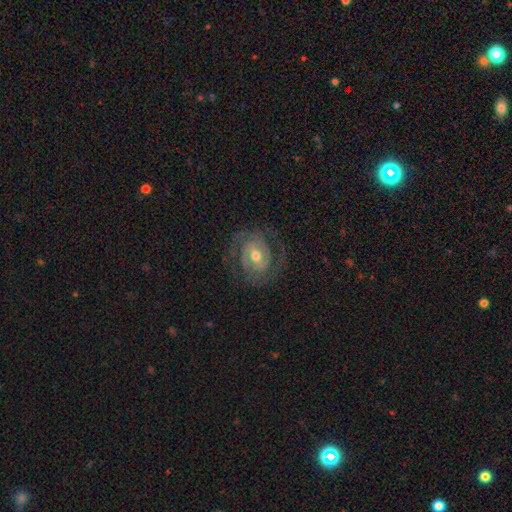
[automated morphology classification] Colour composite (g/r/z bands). It shows a featured or disk galaxy (82%) with a weak bar (42%), 2 (69%) tight (57%) spiral arms (90%) and a moderate central bulge (71%). Merging: none (76%).